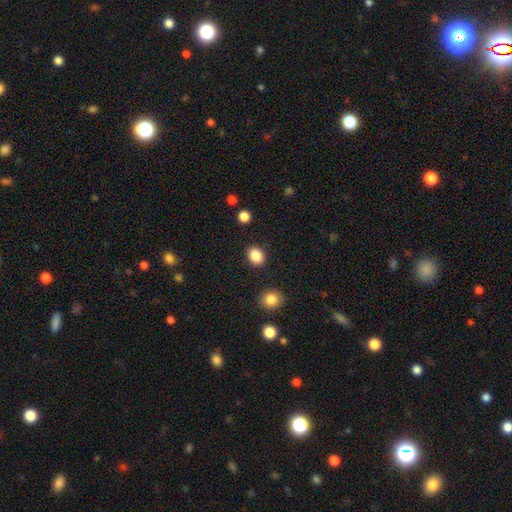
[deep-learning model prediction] The model was most divided on "how rounded": round: 51%, in between: 49%, cigar-shaped: 1%. More confident: merging — none (88%); smooth or featured — smooth (87%).